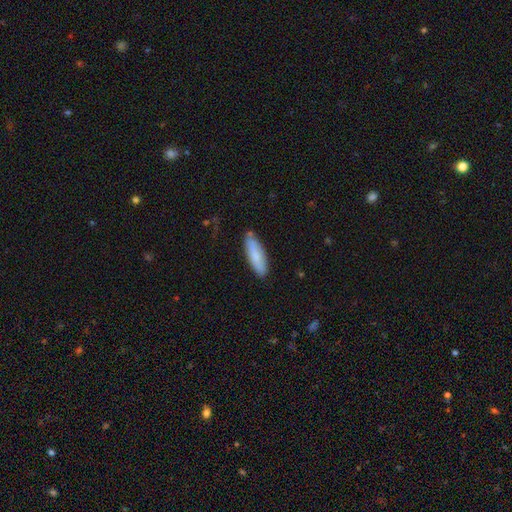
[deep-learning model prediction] Morphology: type=smooth (79%); roundness=cigar-shaped (59%); merging=none (82%).